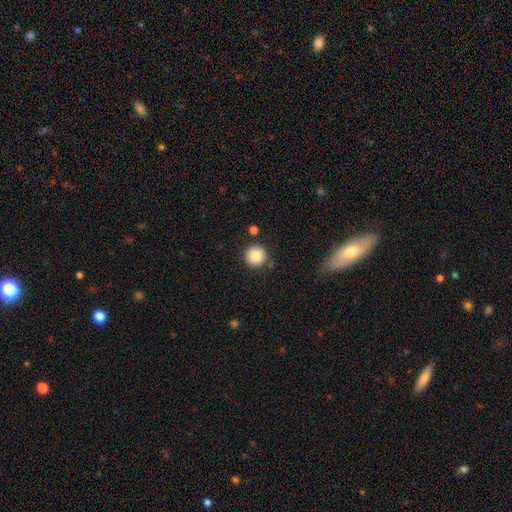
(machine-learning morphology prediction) smooth 86%, star or artifact 9%, featured or disk 5%. Down the decision tree: how rounded — round (95%); merging — none (86%).